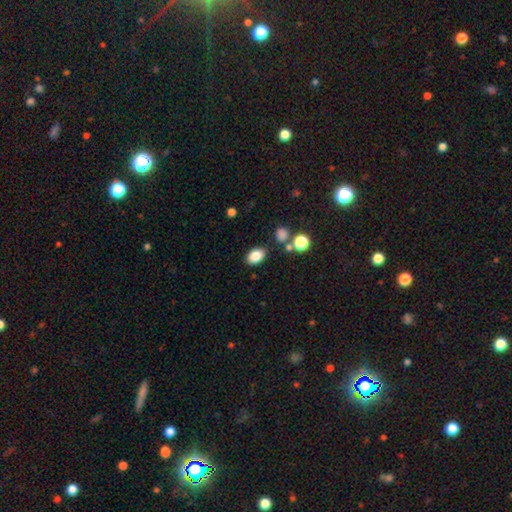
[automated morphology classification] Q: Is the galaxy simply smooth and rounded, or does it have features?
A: smooth — 84%.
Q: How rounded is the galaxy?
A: in between — 83%.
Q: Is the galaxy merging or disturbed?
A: none — 81%.